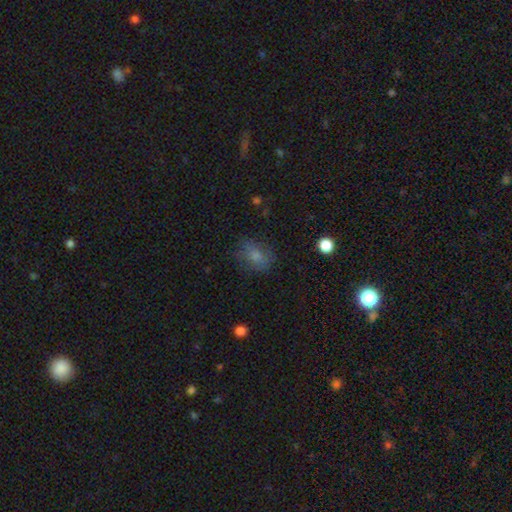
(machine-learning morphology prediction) type=smooth (73%); roundness=in between (61%); merging=none (67%).